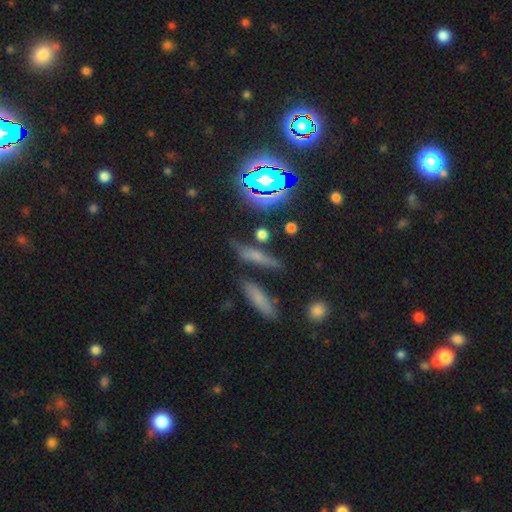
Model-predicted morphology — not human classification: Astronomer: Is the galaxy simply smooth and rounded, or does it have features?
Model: smooth — 43% (runner-up: featured or disk, 31%).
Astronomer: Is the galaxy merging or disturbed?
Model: none — 76%.